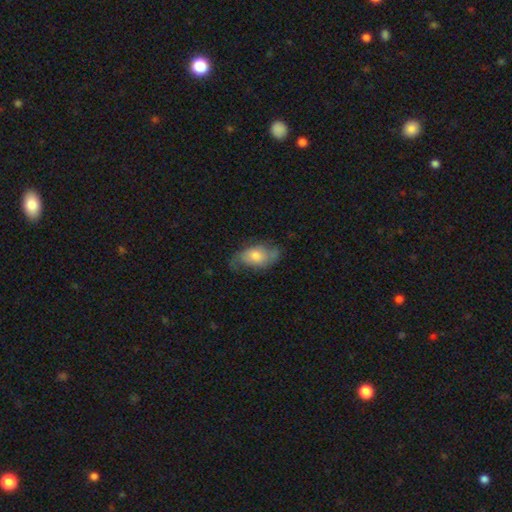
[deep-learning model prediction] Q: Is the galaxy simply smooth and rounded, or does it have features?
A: smooth — 51%.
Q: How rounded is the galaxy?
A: in between — 88%.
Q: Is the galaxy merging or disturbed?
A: none — 58%.